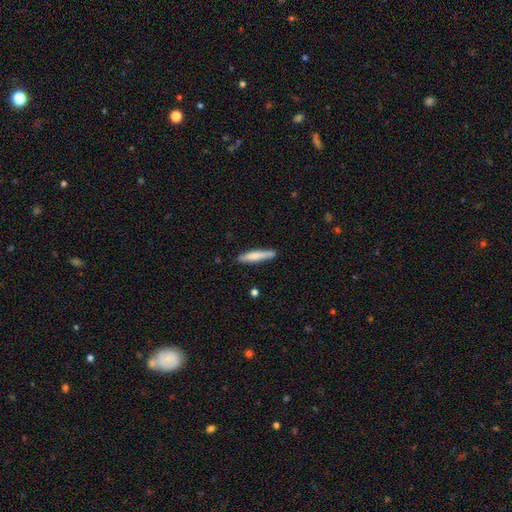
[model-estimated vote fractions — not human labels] smooth-or-featured: smooth: 72% | featured or disk: 23% | star or artifact: 5%
  how-rounded: cigar-shaped: 90% | in between: 9% | round: 1%
  merging: none: 84% | minor disturbance: 12% | merger: 2% | major disturbance: 2%